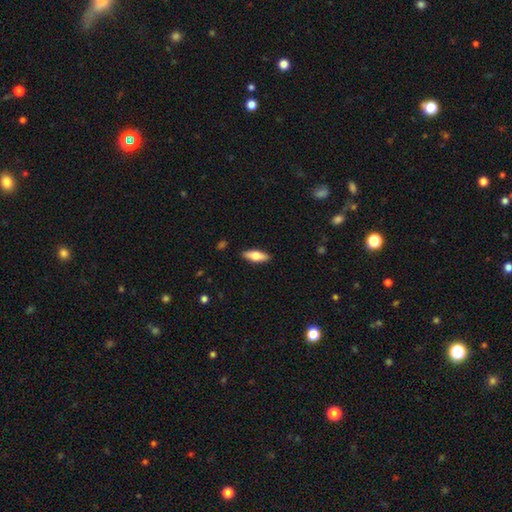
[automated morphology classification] Overall: smooth (63%; featured or disk 32%). How rounded: in between (60%; cigar-shaped 38%). Merging: none (90%).